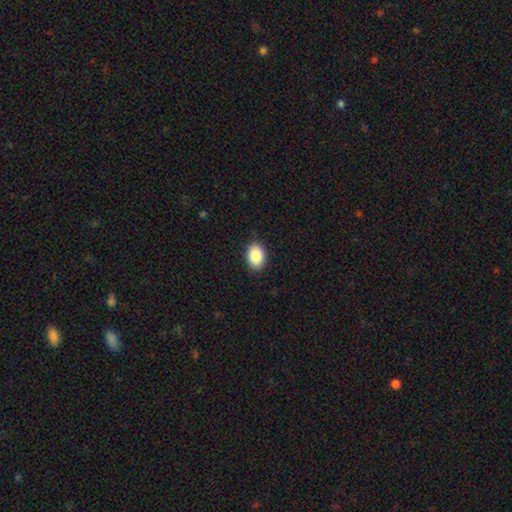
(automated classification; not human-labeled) A smooth galaxy with no disk features (87%) that is in between round and cigar-shaped (82%). Merging: none (88%).